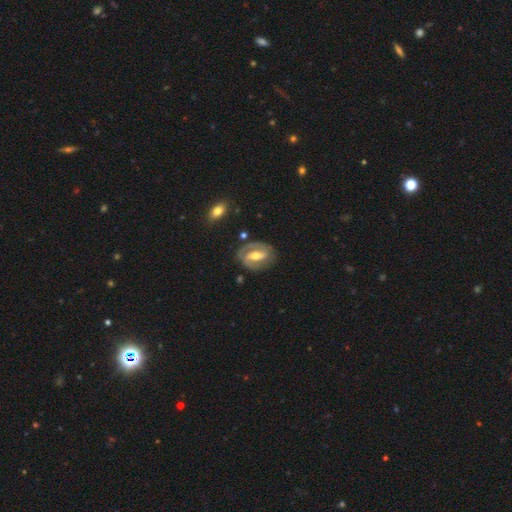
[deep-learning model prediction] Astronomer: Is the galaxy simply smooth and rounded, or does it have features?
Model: featured or disk — 85%.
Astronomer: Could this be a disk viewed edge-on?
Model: no — 97%.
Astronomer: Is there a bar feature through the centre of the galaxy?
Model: strong — 48% (runner-up: weak, 37%).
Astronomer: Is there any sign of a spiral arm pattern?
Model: yes — 93%.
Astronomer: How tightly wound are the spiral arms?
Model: medium — 45% (runner-up: tight, 44%).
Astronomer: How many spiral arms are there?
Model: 2 — 86%.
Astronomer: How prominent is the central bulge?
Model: moderate — 65%.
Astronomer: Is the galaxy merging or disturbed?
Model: none — 78%.